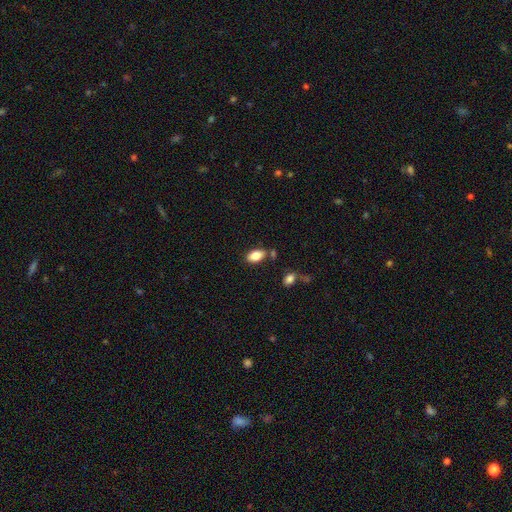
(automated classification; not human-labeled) Smooth or featured? Predicted: smooth (p=0.84). How rounded? Predicted: in between (p=0.91). Merging? Predicted: none (p=0.75).